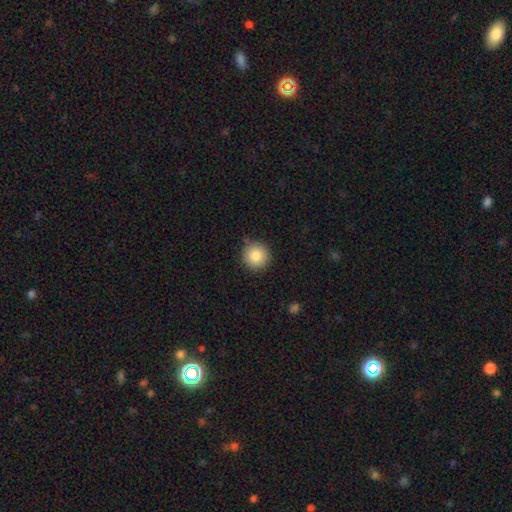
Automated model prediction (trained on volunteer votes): The model was most divided on "merging": none: 85%, minor disturbance: 11%, major disturbance: 2%, merger: 2%. More confident: how rounded — round (95%); smooth or featured — smooth (84%).